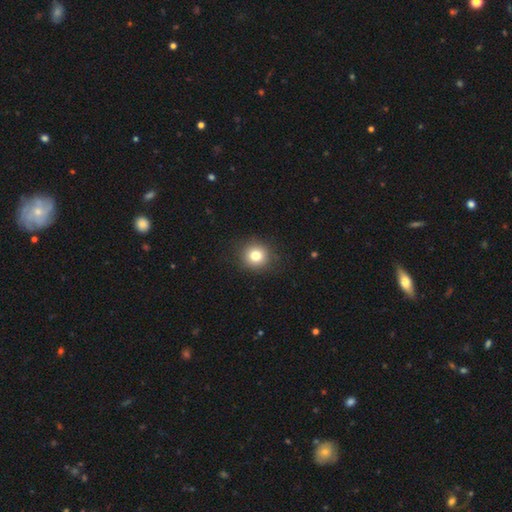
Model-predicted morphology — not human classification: Smooth or featured? Predicted: smooth (p=0.81). How rounded? Predicted: round (p=0.90). Merging? Predicted: none (p=0.89).